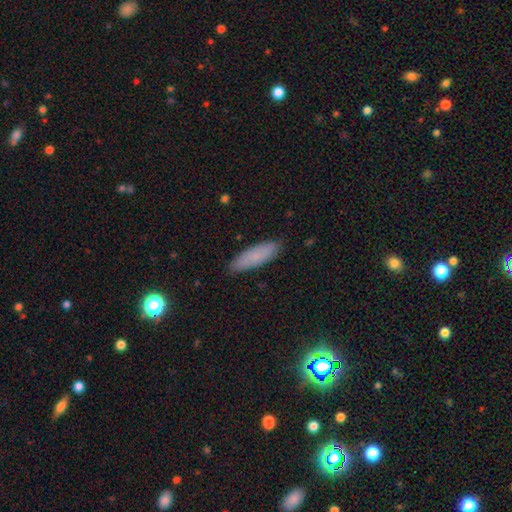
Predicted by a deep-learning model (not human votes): This appears to be a smooth galaxy with no disk features (77%) that is cigar-shaped (56%). Merging: none (87%).